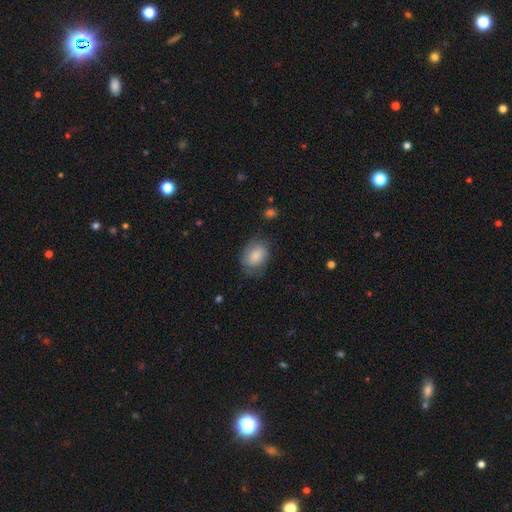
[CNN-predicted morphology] smooth-or-featured: smooth: 74% | featured or disk: 19% | star or artifact: 7%
  how-rounded: in between: 71% | round: 28% | cigar-shaped: 1%
  merging: none: 62% | minor disturbance: 26% | major disturbance: 11% | merger: 2%